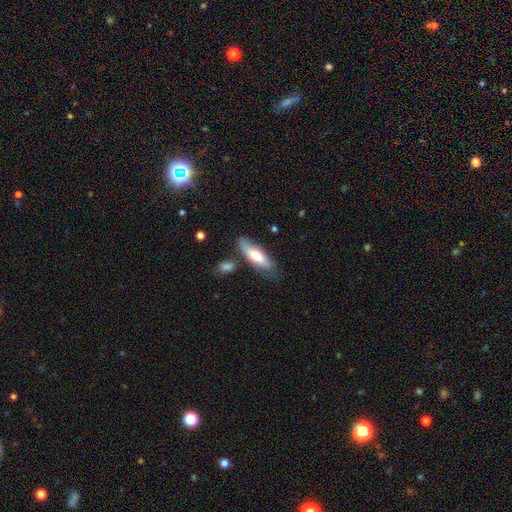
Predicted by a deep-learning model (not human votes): The model was most divided on "how rounded": in between: 61%, cigar-shaped: 37%, round: 2%. More confident: merging — none (68%); smooth or featured — smooth (67%).